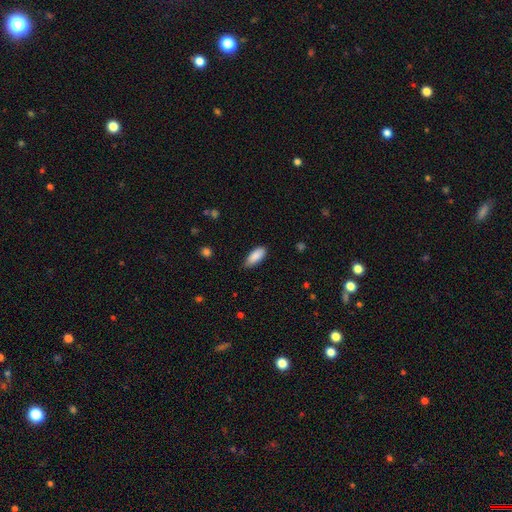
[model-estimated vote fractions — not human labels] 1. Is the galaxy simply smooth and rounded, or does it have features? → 88% smooth, 6% star or artifact, 5% featured or disk.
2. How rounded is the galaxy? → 83% in between, 15% cigar-shaped, 2% round.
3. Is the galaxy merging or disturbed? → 76% none, 20% minor disturbance, 3% major disturbance, 1% merger.